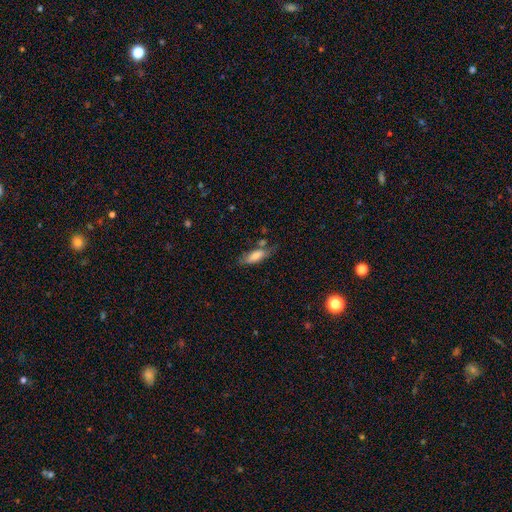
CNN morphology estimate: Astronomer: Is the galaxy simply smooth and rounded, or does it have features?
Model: smooth — 70%.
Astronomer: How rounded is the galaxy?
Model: in between — 62%.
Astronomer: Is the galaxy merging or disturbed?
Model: none — 53%.